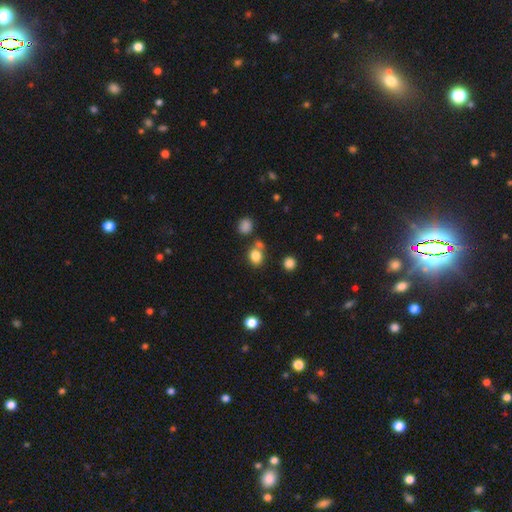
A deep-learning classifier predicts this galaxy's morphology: This appears to be a smooth galaxy with no disk features (82%) that is round (67%). Merging: none (65%).